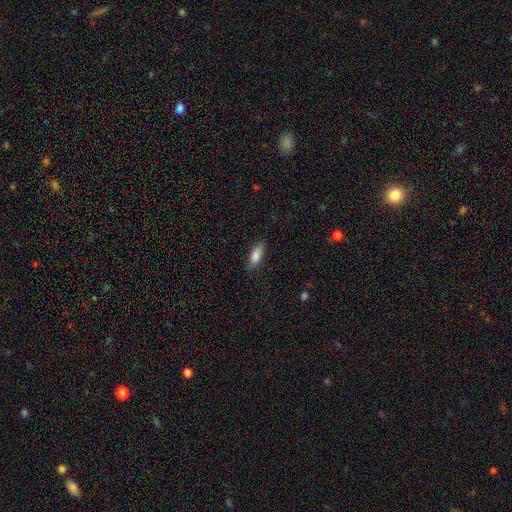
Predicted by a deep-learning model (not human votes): Q: Smooth or featured?
A: smooth (85%); runner-up: featured or disk (8%)
Q: How rounded?
A: in between (73%); runner-up: cigar-shaped (25%)
Q: Merging?
A: none (84%); runner-up: minor disturbance (12%)